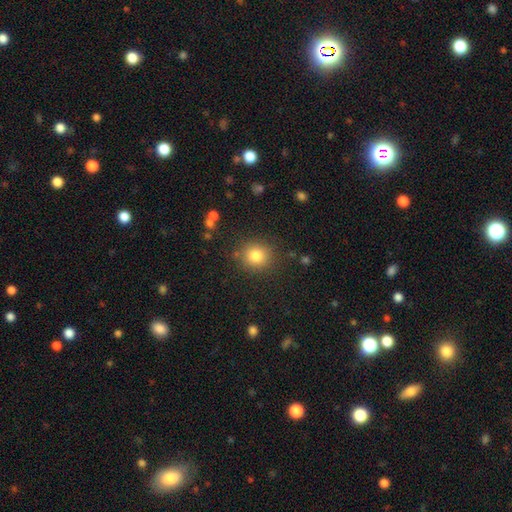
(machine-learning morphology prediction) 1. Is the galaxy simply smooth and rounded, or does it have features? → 80% smooth, 12% star or artifact, 8% featured or disk.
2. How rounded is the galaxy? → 88% round, 11% in between, 1% cigar-shaped.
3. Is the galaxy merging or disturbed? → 86% none, 9% minor disturbance, 3% major disturbance, 2% merger.